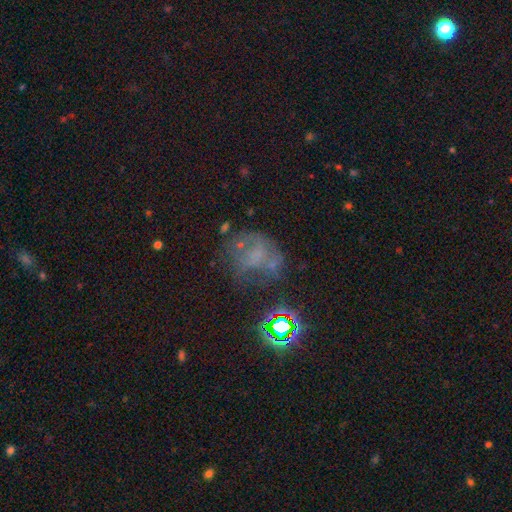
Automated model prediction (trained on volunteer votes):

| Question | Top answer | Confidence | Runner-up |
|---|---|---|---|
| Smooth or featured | featured or disk | 38% | star or artifact (32%) |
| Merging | none | 41% | major disturbance (29%) |